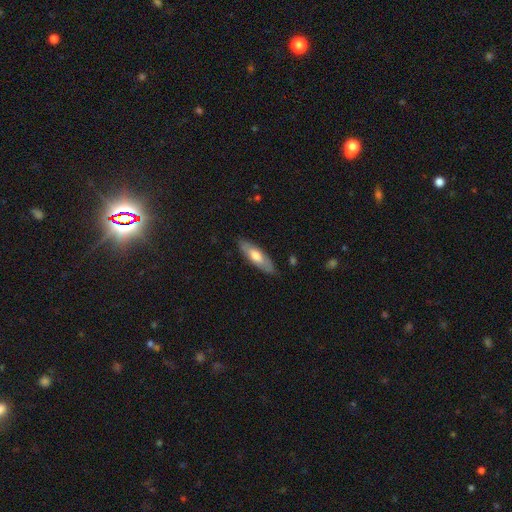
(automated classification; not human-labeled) smooth-or-featured: smooth: 58% | featured or disk: 36% | star or artifact: 5%
  how-rounded: in between: 52% | cigar-shaped: 46% | round: 2%
  merging: none: 83% | minor disturbance: 13% | major disturbance: 3% | merger: 1%